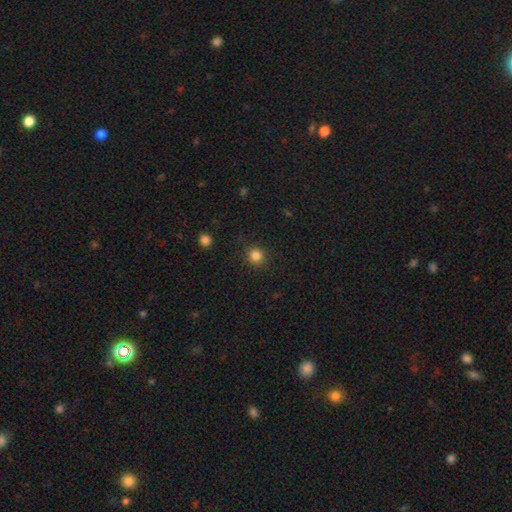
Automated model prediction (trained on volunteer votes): Smooth or featured?
  - smooth: 84% *
  - star or artifact: 12%
  - featured or disk: 4%
How rounded?
  - round: 92% *
  - in between: 7%
  - cigar-shaped: 1%
Merging?
  - none: 90% *
  - minor disturbance: 7%
  - major disturbance: 3%
  - merger: 1%